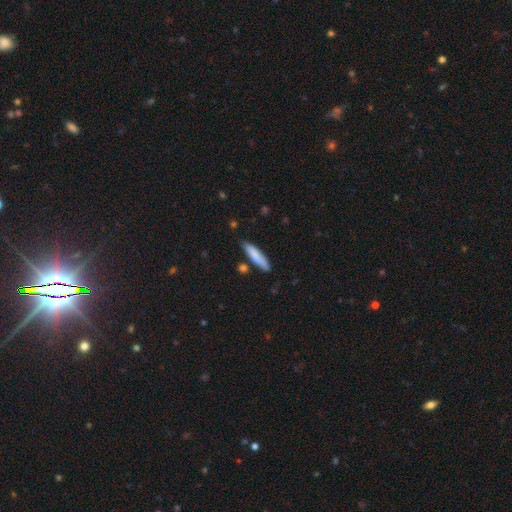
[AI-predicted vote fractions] The model was most divided on "merging": none: 77%, minor disturbance: 16%, merger: 5%, major disturbance: 3%. More confident: smooth or featured — smooth (80%); how rounded — cigar-shaped (80%).